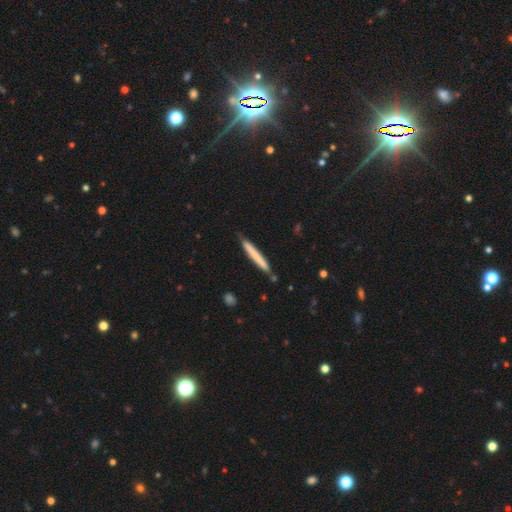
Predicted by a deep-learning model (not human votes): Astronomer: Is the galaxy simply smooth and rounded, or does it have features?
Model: smooth — 68%.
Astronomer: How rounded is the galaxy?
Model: cigar-shaped — 97%.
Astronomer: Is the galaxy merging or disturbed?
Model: none — 84%.